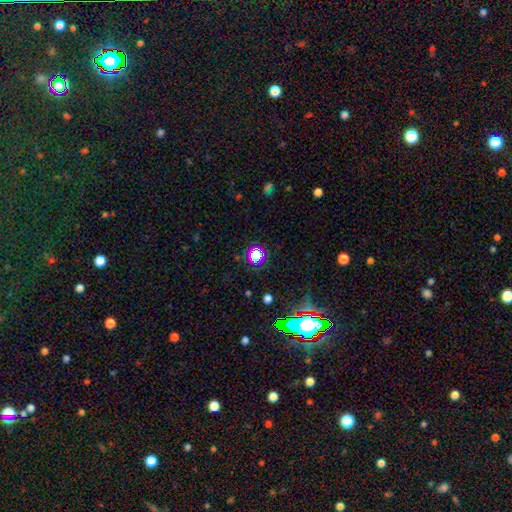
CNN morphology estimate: smooth-or-featured: star or artifact: 65% | smooth: 25% | featured or disk: 9%